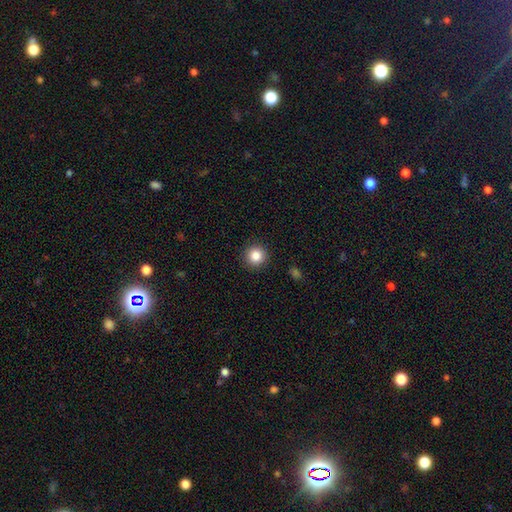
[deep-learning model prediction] Smooth or featured? smooth (85%)
How rounded? round (95%)
Merging? none (92%)